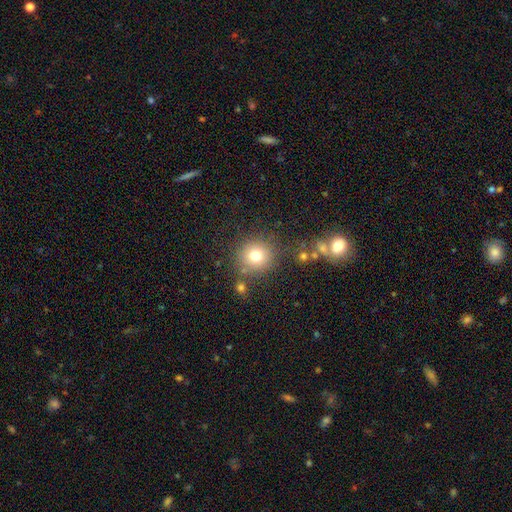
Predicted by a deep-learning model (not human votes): This is likely a smooth galaxy (76%). How rounded: clearly round (91%). Merging: likely none (79%).